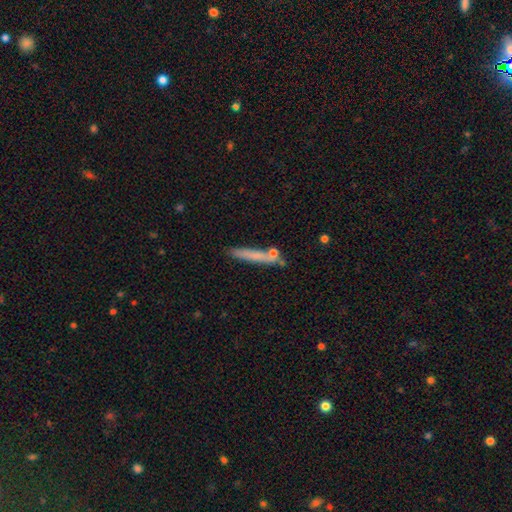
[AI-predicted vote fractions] This is likely a smooth galaxy (65%). How rounded: clearly cigar-shaped (94%). Merging: likely none (77%).